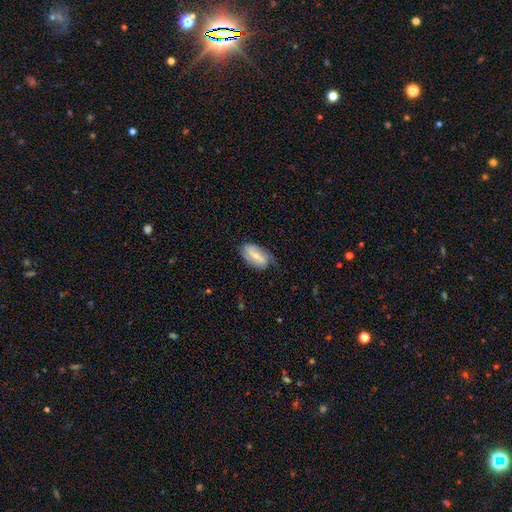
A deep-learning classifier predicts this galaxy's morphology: This appears to be a featured or disk galaxy (53%). Merging: none (63%).